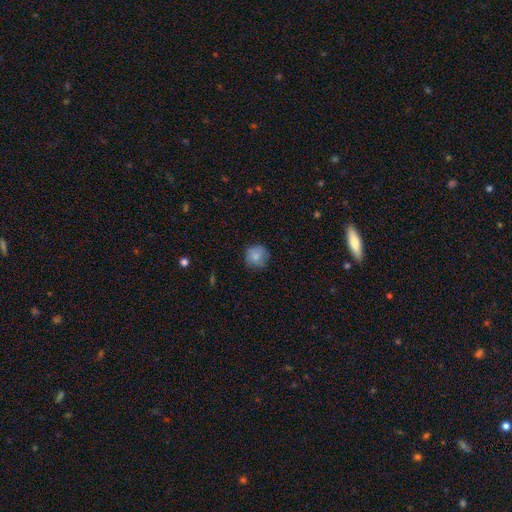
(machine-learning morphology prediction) smooth 83%, featured or disk 9%, star or artifact 8%. Down the decision tree: how rounded — round (92%); merging — none (78%).